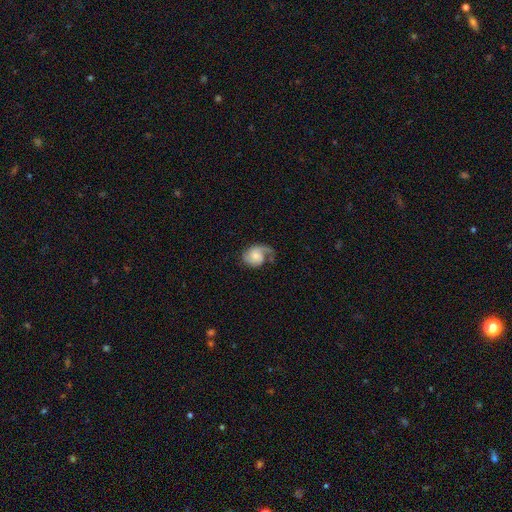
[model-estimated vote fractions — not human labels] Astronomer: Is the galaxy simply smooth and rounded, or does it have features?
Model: featured or disk — 71%.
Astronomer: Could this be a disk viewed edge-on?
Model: no — 98%.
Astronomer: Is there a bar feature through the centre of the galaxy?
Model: no — 66%.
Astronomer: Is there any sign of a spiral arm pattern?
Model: yes — 94%.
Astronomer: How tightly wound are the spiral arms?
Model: medium — 42% (runner-up: loose, 34%).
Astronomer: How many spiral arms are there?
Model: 1 — 47% (runner-up: 2, 44%).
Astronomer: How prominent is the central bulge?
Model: small — 43% (runner-up: moderate, 37%).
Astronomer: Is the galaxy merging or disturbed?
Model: none — 45% (runner-up: major disturbance, 26%).